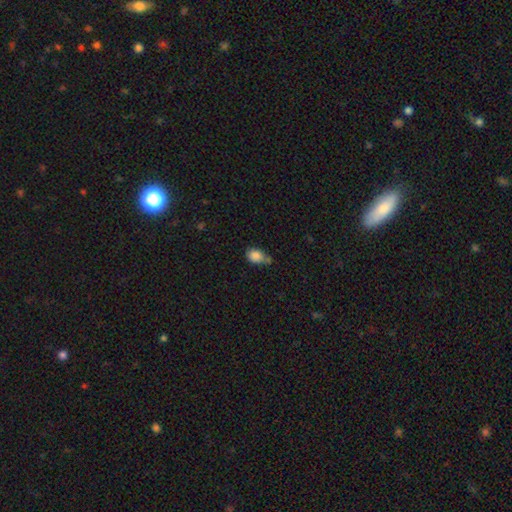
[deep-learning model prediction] smooth_or_featured: smooth (p=0.85) [alt: star or artifact p=0.09]
how_rounded: in between (p=0.61) [alt: round p=0.38]
merging: none (p=0.43) [alt: minor disturbance p=0.29]